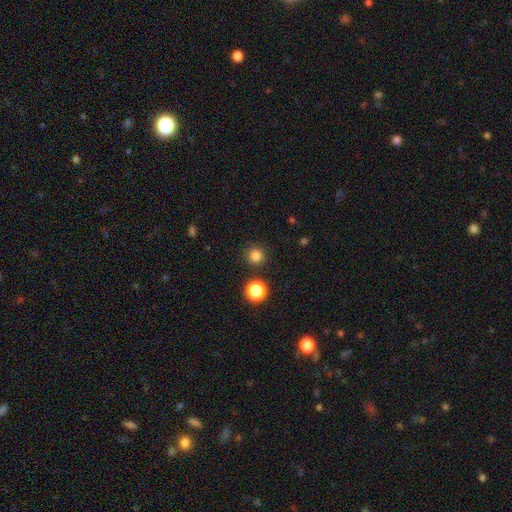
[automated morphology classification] A smooth galaxy with no disk features (81%) that is round (95%). Merging: none (90%).